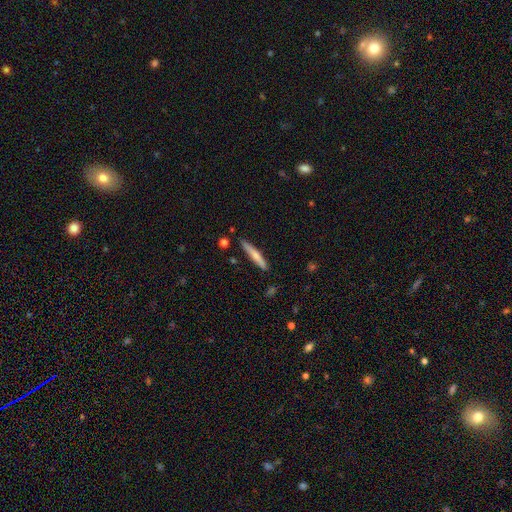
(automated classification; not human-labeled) Morphology: type=smooth (64%); roundness=cigar-shaped (94%); merging=none (86%).